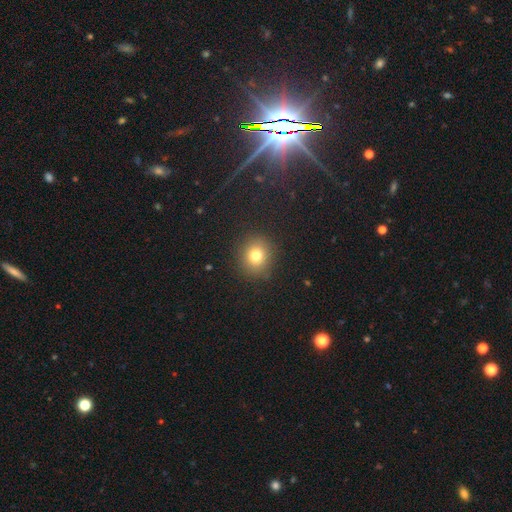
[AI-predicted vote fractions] Smooth or featured? smooth (77%)
How rounded? round (85%)
Merging? none (88%)